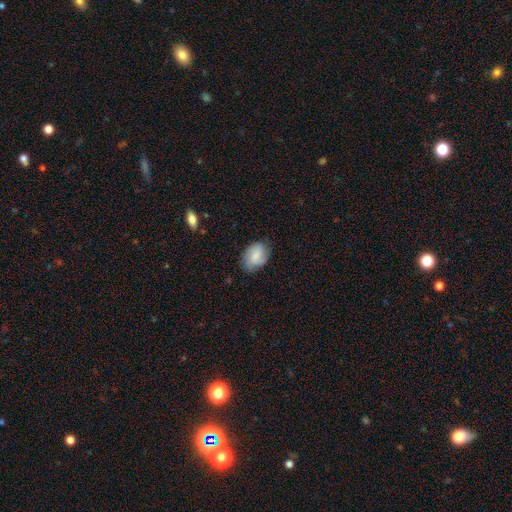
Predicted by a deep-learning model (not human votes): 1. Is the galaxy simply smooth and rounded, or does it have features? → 77% smooth, 16% featured or disk, 7% star or artifact.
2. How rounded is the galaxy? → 79% in between, 19% round, 1% cigar-shaped.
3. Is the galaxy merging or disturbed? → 74% none, 20% minor disturbance, 4% major disturbance, 1% merger.